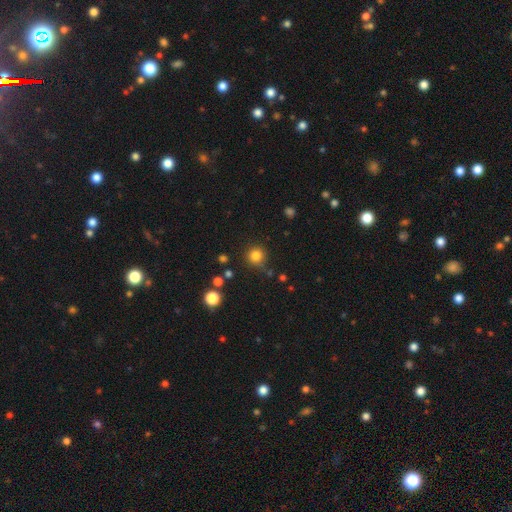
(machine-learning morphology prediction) type=smooth (81%); roundness=round (93%); merging=none (82%).